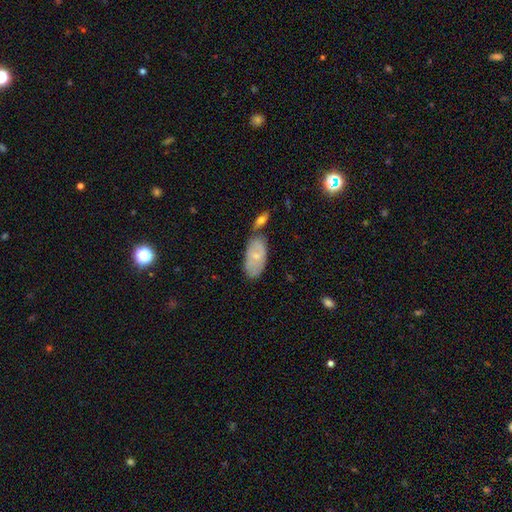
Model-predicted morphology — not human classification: Smooth or featured? smooth (56%)
How rounded? in between (91%)
Merging? none (51%)